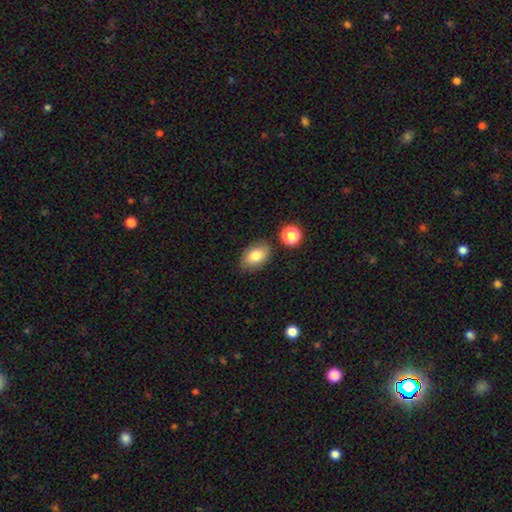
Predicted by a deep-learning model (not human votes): smooth_or_featured: smooth (p=0.81) [alt: featured or disk p=0.11]
how_rounded: in between (p=0.86) [alt: round p=0.13]
merging: none (p=0.80) [alt: minor disturbance p=0.13]